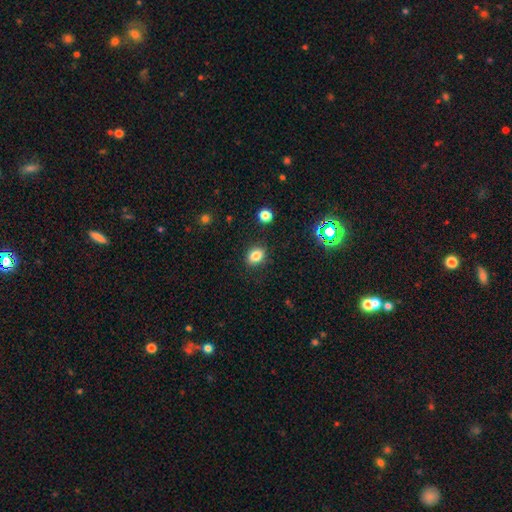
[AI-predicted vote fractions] Smooth or featured: smooth — 81% (star or artifact — 12%)
How rounded: in between — 65% (round — 34%)
Merging: none — 85% (minor disturbance — 10%)